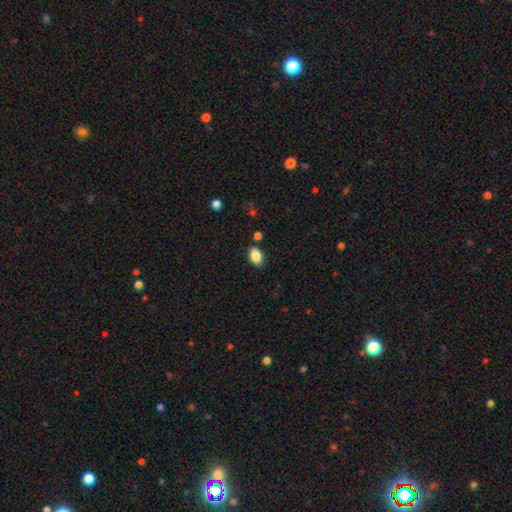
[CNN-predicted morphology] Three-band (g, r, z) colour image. It shows a smooth galaxy with no disk features (85%) that is in between round and cigar-shaped (88%). Merging: none (83%).